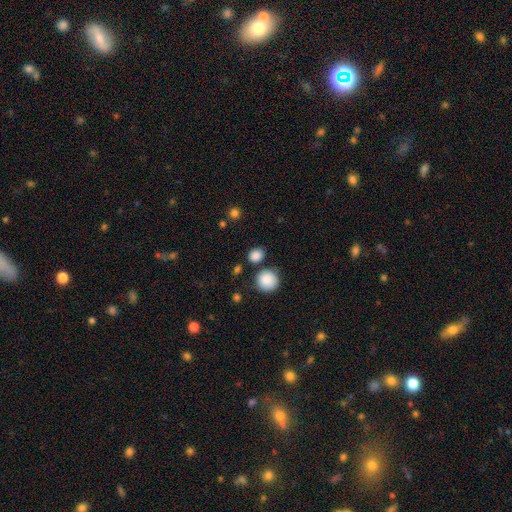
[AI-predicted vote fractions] A smooth galaxy with no disk features (86%) that is round (71%). Merging: none (75%).